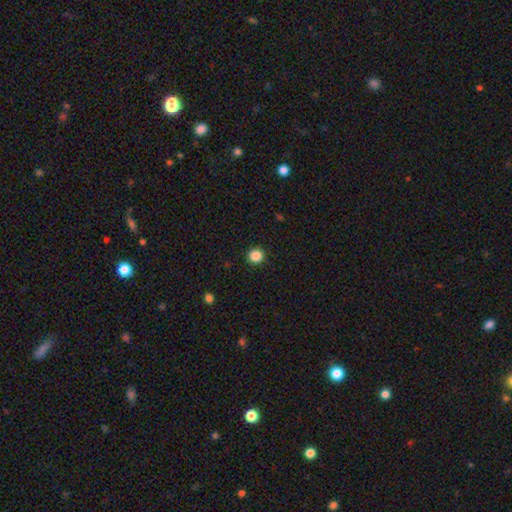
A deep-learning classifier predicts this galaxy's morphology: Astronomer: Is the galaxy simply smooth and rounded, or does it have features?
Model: smooth — 86%.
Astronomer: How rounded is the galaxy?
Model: round — 93%.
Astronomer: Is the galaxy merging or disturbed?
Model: none — 93%.